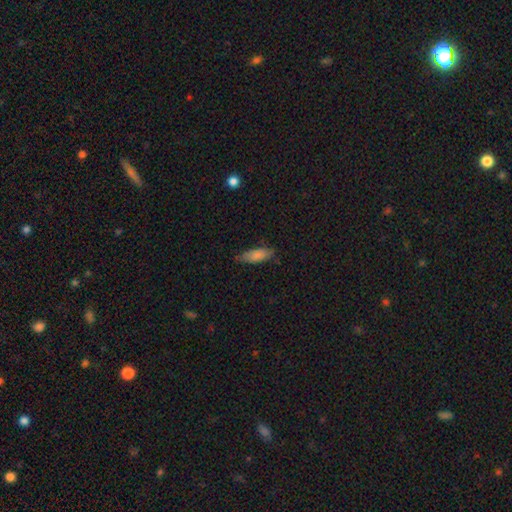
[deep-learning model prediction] smooth_or_featured: smooth (p=0.81) [alt: featured or disk p=0.12]
how_rounded: in between (p=0.65) [alt: cigar-shaped p=0.32]
merging: none (p=0.75) [alt: minor disturbance p=0.20]